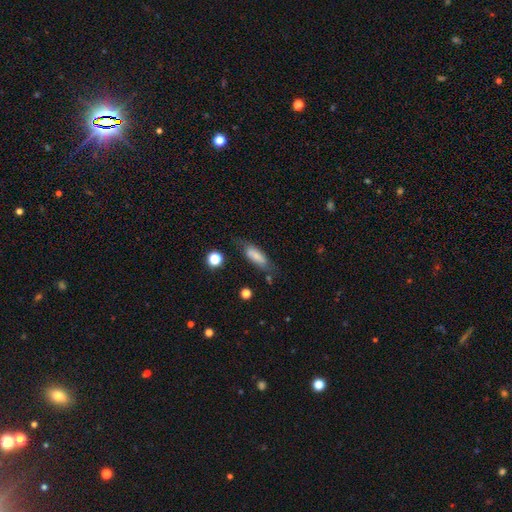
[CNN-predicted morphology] A smooth galaxy with no disk features (73%) that is in between round and cigar-shaped (59%). Merging: none (63%).